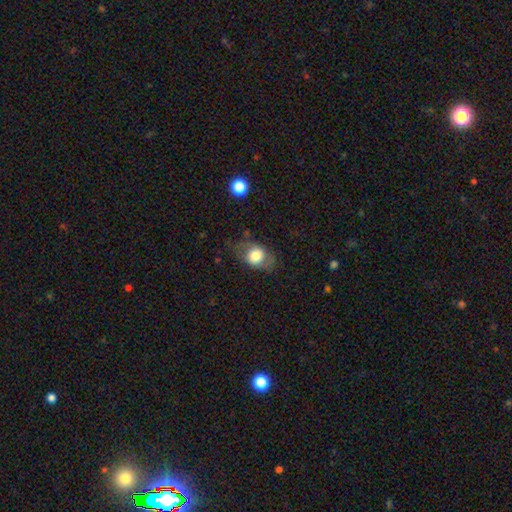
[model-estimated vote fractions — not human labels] Morphology: type=smooth (68%); roundness=in between (57%); merging=none (64%).